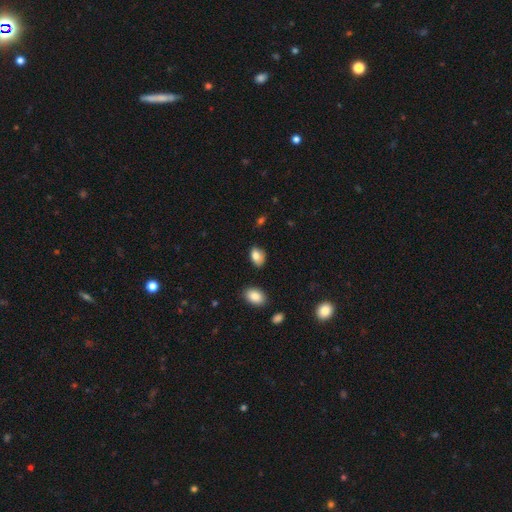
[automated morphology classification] smooth 82%, featured or disk 9%, star or artifact 9%. Down the decision tree: how rounded — in between (84%); merging — none (76%).